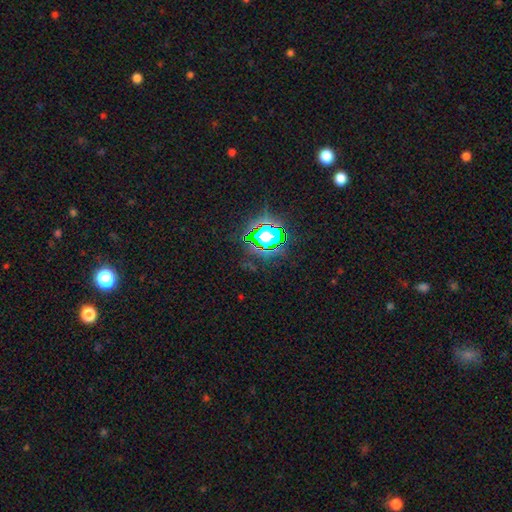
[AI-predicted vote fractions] smooth-or-featured: star or artifact: 81% | smooth: 12% | featured or disk: 7%